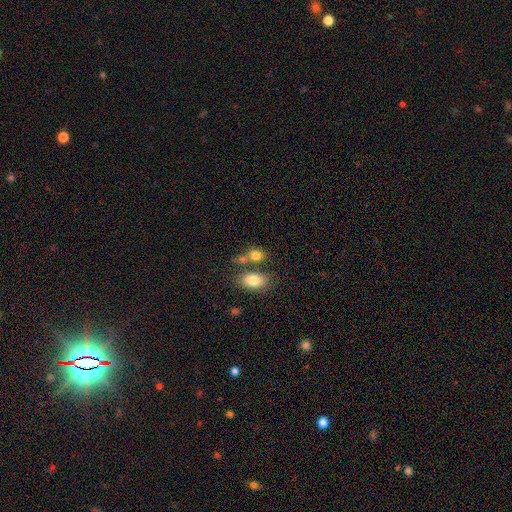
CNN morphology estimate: type=smooth (81%); roundness=in between (66%); merging=none (49%).